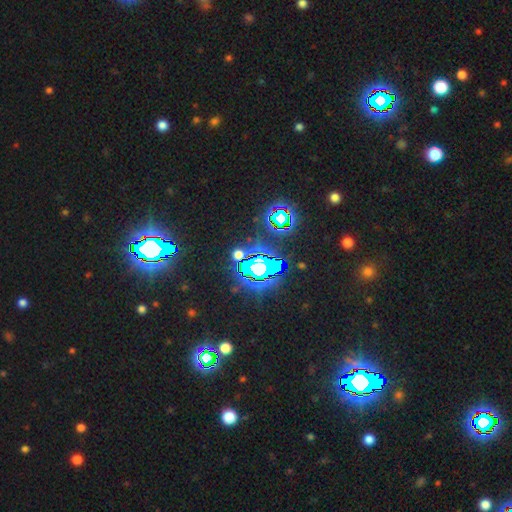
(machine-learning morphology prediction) Smooth or featured?
  - star or artifact: 82% *
  - smooth: 11%
  - featured or disk: 7%